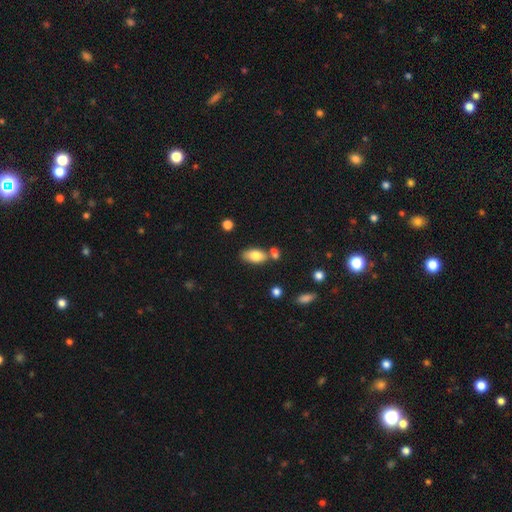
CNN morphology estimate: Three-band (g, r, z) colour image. It shows a smooth galaxy with no disk features (79%) that is in between round and cigar-shaped (91%). Merging: none (63%).